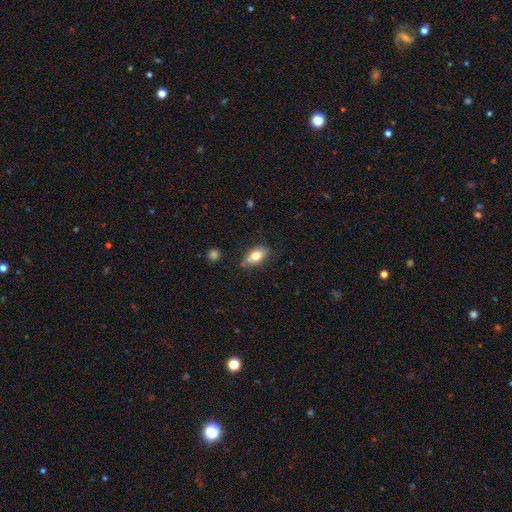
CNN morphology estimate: The model was most divided on "merging": none: 73%, minor disturbance: 19%, merger: 4%, major disturbance: 4%. More confident: how rounded — in between (88%); smooth or featured — smooth (75%).